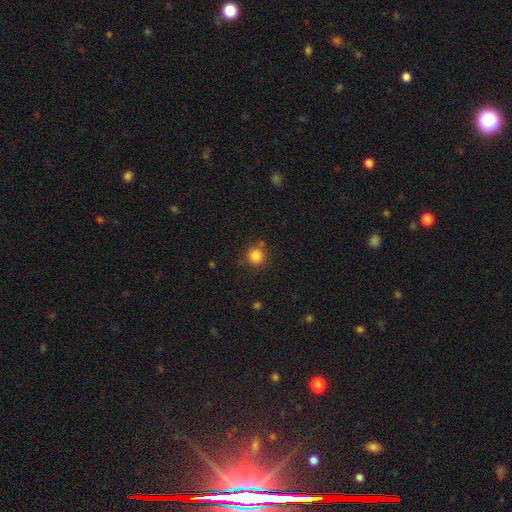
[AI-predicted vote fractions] smooth-or-featured: smooth: 84% | star or artifact: 12% | featured or disk: 5%
  how-rounded: round: 93% | in between: 6% | cigar-shaped: 1%
  merging: none: 80% | minor disturbance: 10% | merger: 7% | major disturbance: 3%